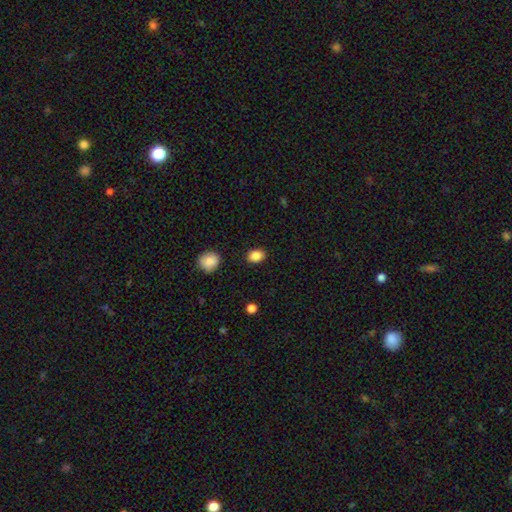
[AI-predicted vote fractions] Smooth or featured: smooth — 87% (star or artifact — 9%)
How rounded: in between — 62% (round — 36%)
Merging: none — 87% (minor disturbance — 9%)